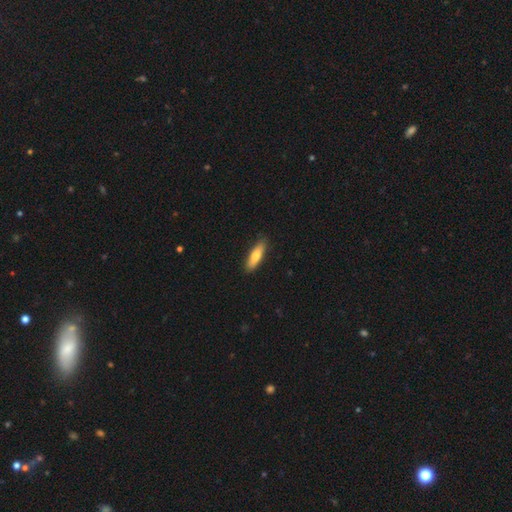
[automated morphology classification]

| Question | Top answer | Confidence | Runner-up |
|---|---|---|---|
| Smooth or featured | smooth | 72% | featured or disk (23%) |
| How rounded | cigar-shaped | 63% | in between (35%) |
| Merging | none | 89% | minor disturbance (9%) |